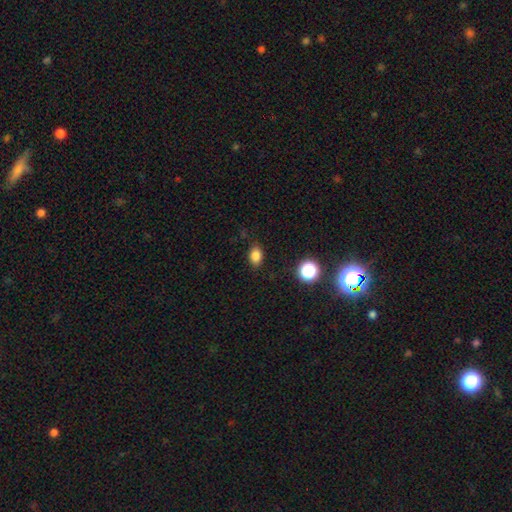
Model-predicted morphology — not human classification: smooth-or-featured: smooth: 83% | star or artifact: 12% | featured or disk: 5%
  how-rounded: in between: 79% | round: 20% | cigar-shaped: 2%
  merging: none: 85% | minor disturbance: 11% | major disturbance: 3% | merger: 1%